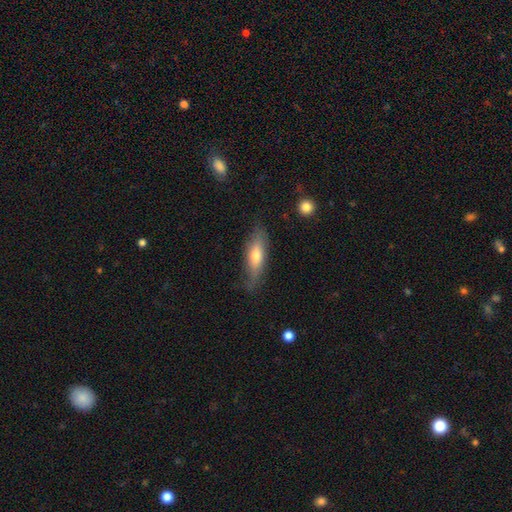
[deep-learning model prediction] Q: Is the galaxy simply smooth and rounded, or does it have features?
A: smooth — 63%.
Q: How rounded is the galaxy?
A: in between — 56%.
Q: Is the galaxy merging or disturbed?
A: none — 69%.